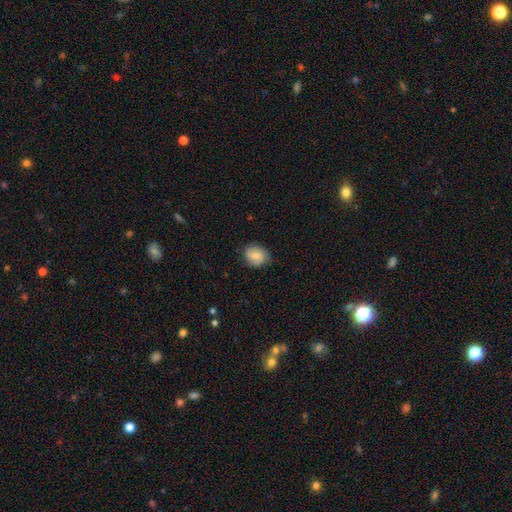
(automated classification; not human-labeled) This appears to be a smooth galaxy with no disk features (76%) that is round (62%). Merging: none (77%).